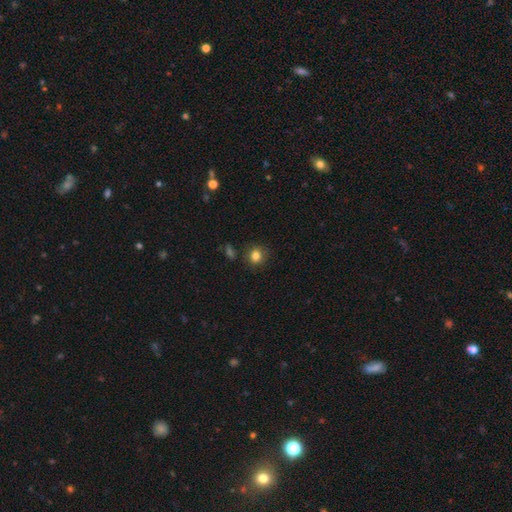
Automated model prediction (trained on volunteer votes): Smooth or featured? Predicted: smooth (p=0.82). How rounded? Predicted: round (p=0.81). Merging? Predicted: none (p=0.83).